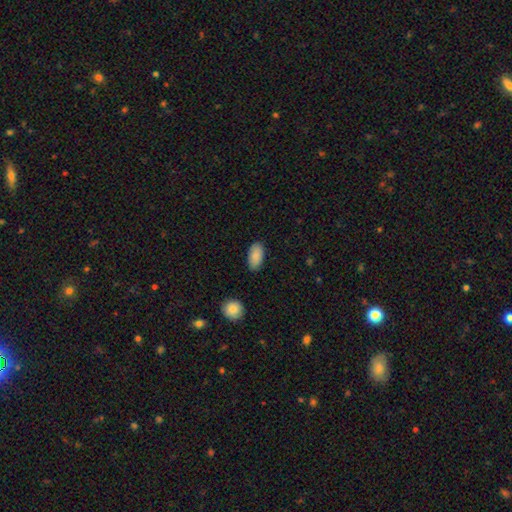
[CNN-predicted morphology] Smooth or featured? smooth (89%)
How rounded? in between (93%)
Merging? none (86%)